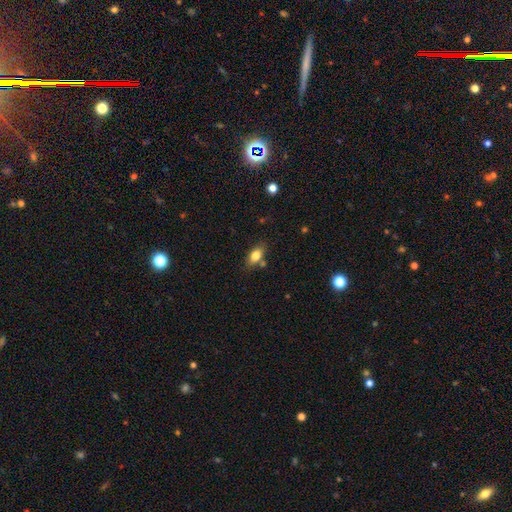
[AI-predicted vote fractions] A smooth galaxy with no disk features (80%) that is in between round and cigar-shaped (86%).

Vote fractions:
- Smooth or featured? smooth: 80% / featured or disk: 11% / star or artifact: 9%
- How rounded? in between: 86% / round: 9% / cigar-shaped: 4%
- Merging? none: 72% / minor disturbance: 15% / merger: 9% / major disturbance: 3%